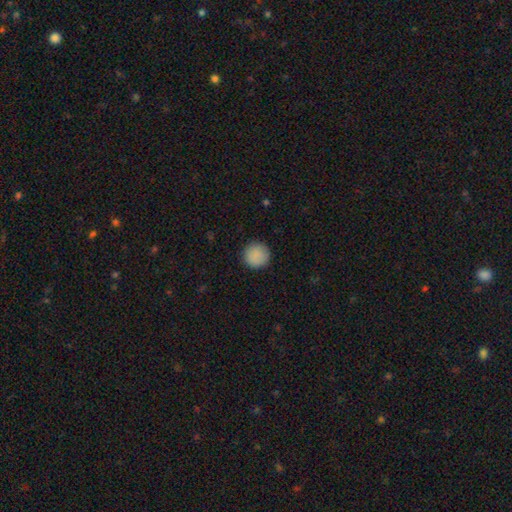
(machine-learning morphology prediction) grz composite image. It shows a smooth galaxy with no disk features (89%) that is round (95%). Merging: none (90%).